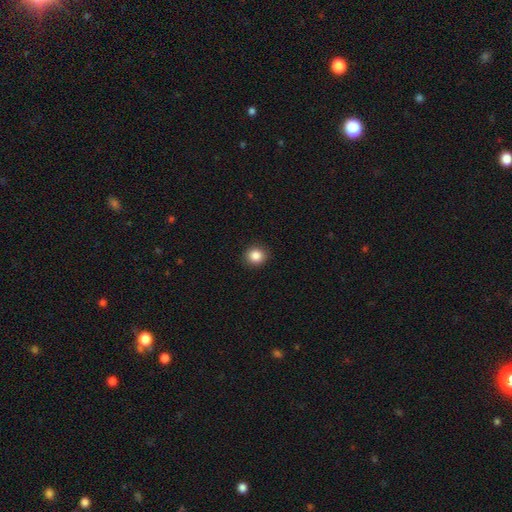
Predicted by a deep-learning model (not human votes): Smooth or featured?
  - smooth: 86% *
  - star or artifact: 10%
  - featured or disk: 4%
How rounded?
  - round: 85% *
  - in between: 14%
  - cigar-shaped: 1%
Merging?
  - none: 91% *
  - minor disturbance: 6%
  - major disturbance: 2%
  - merger: 1%